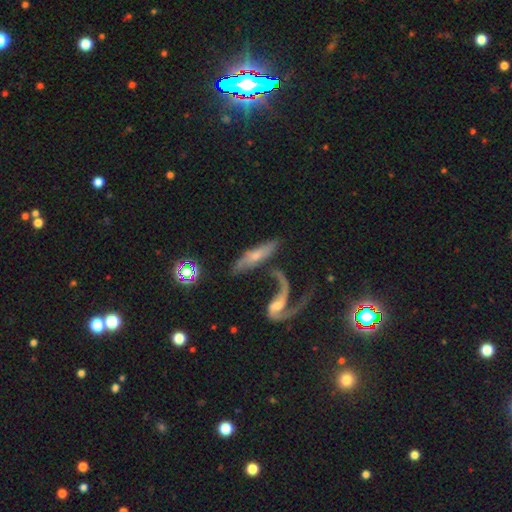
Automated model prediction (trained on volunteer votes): Smooth or featured?
  - featured or disk: 57% *
  - smooth: 33%
  - star or artifact: 10%
Edge-on disk?
  - no: 67% *
  - yes: 33%
Merging?
  - merger: 41% *
  - none: 28%
  - major disturbance: 19%
  - minor disturbance: 13%